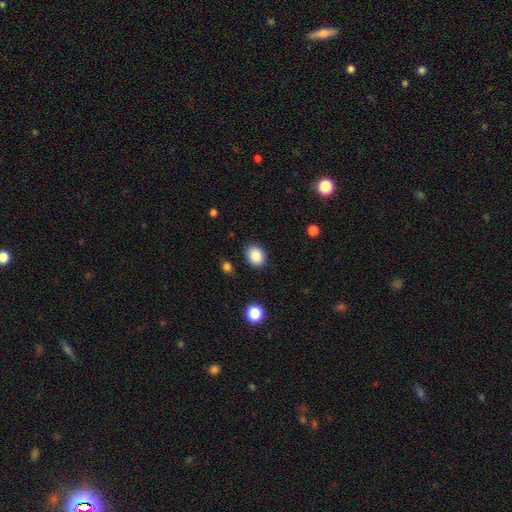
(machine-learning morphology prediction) Smooth or featured?
  - smooth: 88% *
  - star or artifact: 9%
  - featured or disk: 4%
How rounded?
  - in between: 55% *
  - round: 44%
  - cigar-shaped: 1%
Merging?
  - none: 87% *
  - minor disturbance: 9%
  - major disturbance: 3%
  - merger: 2%